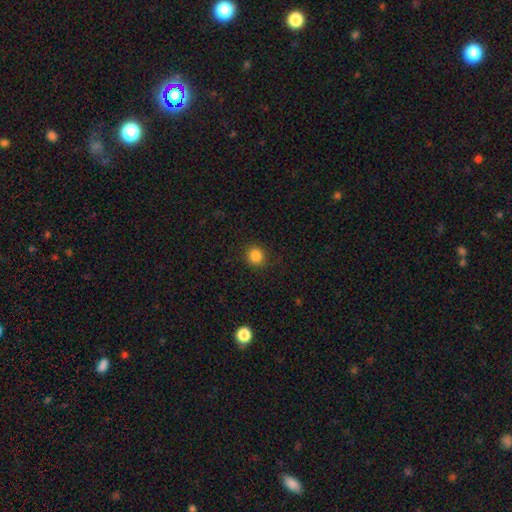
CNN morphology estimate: Q: Smooth or featured?
A: smooth (86%); runner-up: star or artifact (11%)
Q: How rounded?
A: round (91%); runner-up: in between (8%)
Q: Merging?
A: none (89%); runner-up: minor disturbance (7%)